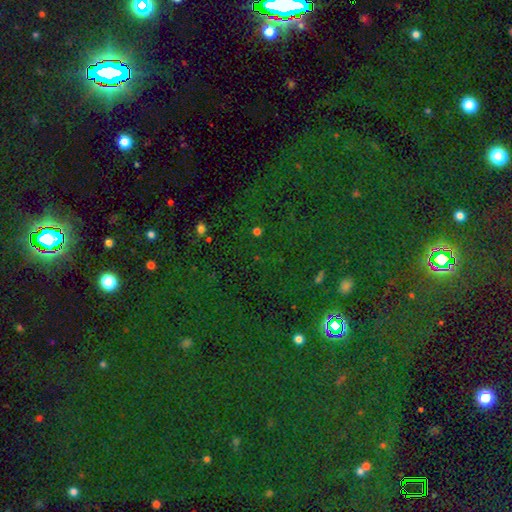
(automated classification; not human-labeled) Smooth or featured: star or artifact — 80% (smooth — 12%)